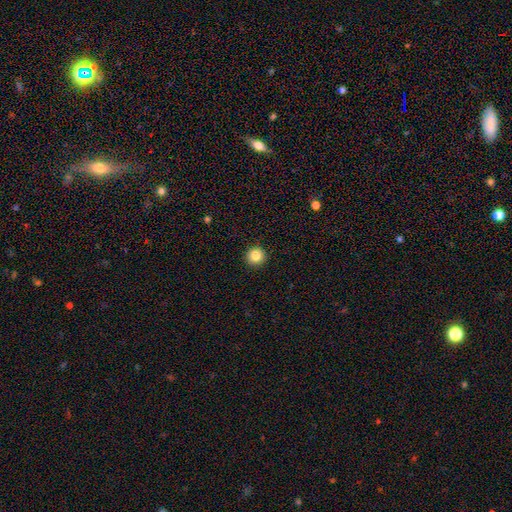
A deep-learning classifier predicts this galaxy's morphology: A smooth galaxy with no disk features (84%) that is round (96%).

Vote fractions:
- Smooth or featured? smooth: 84% / star or artifact: 10% / featured or disk: 5%
- How rounded? round: 96% / in between: 3% / cigar-shaped: 1%
- Merging? none: 93% / minor disturbance: 4% / major disturbance: 1% / merger: 1%